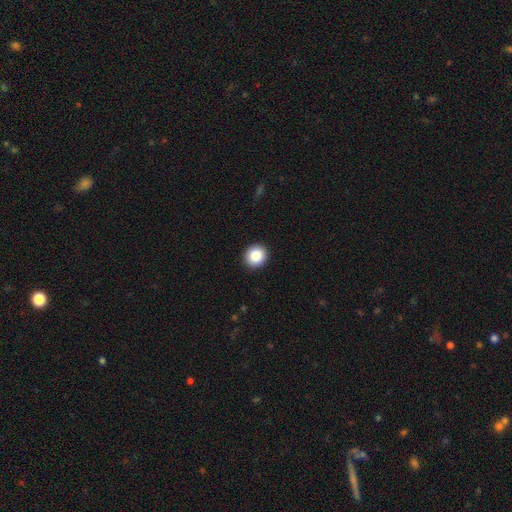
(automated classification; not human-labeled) Smooth or featured? smooth (86%)
How rounded? round (87%)
Merging? none (92%)